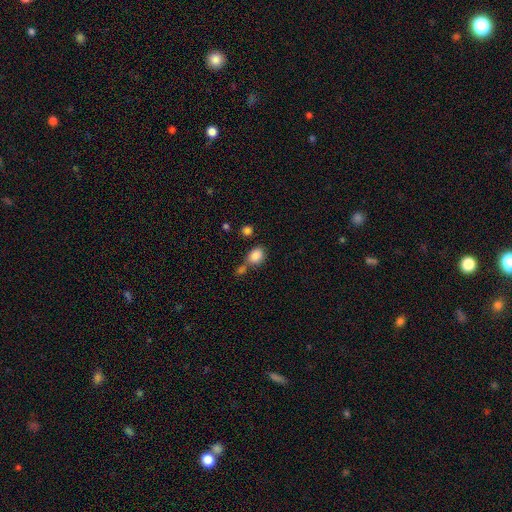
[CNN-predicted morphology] Smooth or featured: smooth — 86% (star or artifact — 9%)
How rounded: in between — 60% (round — 39%)
Merging: none — 52% (merger — 31%)